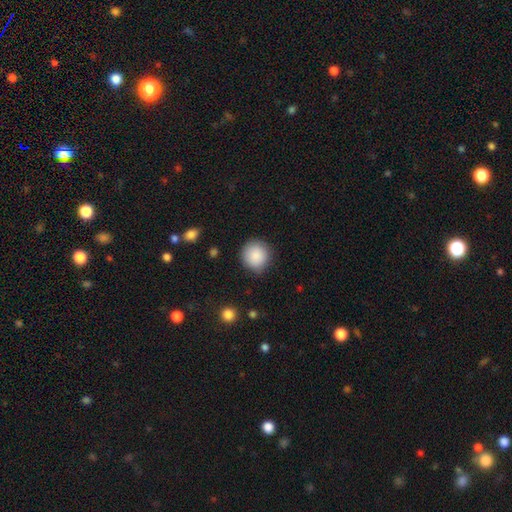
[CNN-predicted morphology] smooth_or_featured: smooth (p=0.88) [alt: star or artifact p=0.08]
how_rounded: round (p=0.93) [alt: in between p=0.06]
merging: none (p=0.86) [alt: minor disturbance p=0.10]